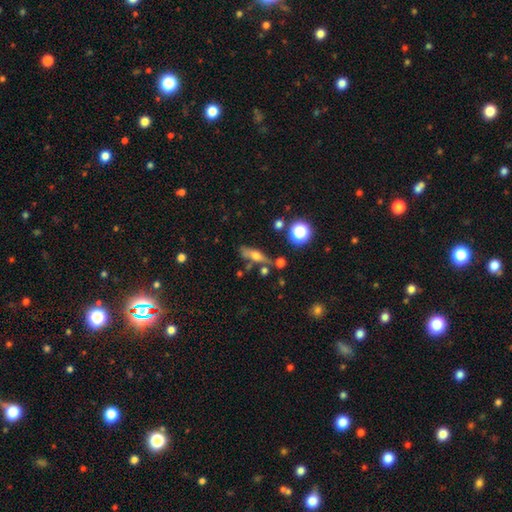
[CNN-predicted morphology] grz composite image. It shows a smooth galaxy with no disk features (47%). Merging: none (64%).